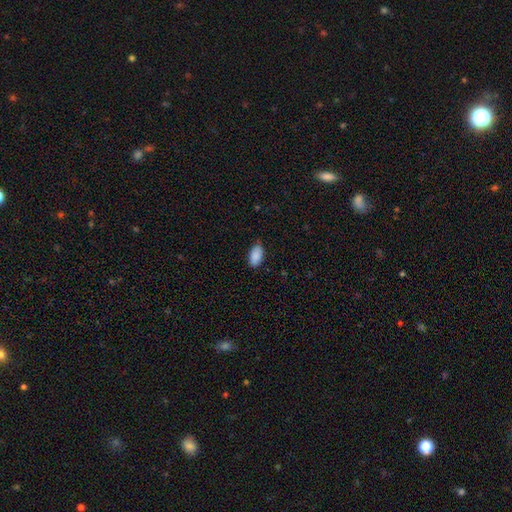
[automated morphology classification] This is clearly a smooth galaxy (89%). How rounded: clearly in between (95%). Merging: clearly none (81%).